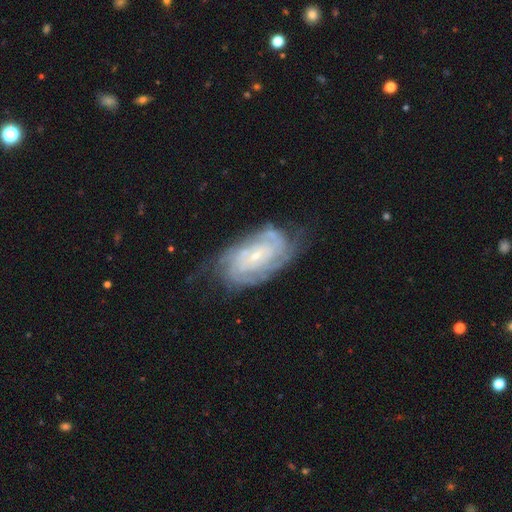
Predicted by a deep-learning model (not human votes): Overall: featured or disk (83%). Edge-on disk: no (95%). Bar: no (56%; weak 33%). Spiral arms: yes (95%). Spiral arm count: can't tell (39%; 2 20%). Spiral winding: tight (72%). Bulge size: small (78%). Merging: none (67%).